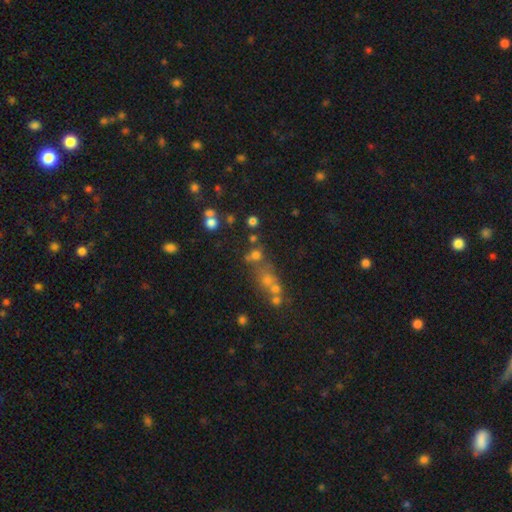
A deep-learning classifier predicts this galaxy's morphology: Smooth or featured: smooth — 48% (star or artifact — 32%)
Merging: none — 48% (merger — 33%)